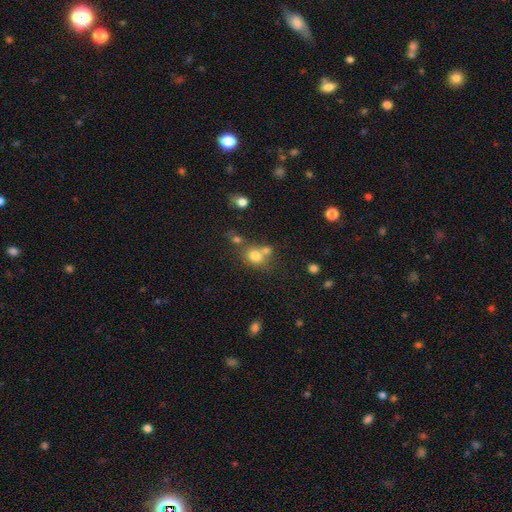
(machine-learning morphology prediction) Overall: smooth (76%). How rounded: round (63%; in between 36%). Merging: none (45%; merger 38%).